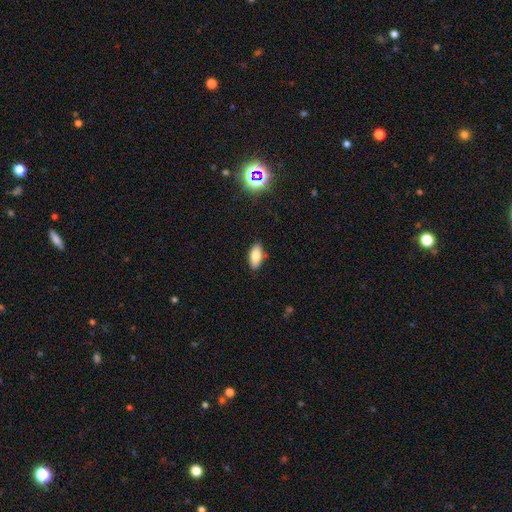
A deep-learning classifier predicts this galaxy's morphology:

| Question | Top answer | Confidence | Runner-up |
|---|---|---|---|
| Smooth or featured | smooth | 80% | featured or disk (11%) |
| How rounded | in between | 89% | cigar-shaped (8%) |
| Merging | none | 85% | minor disturbance (12%) |